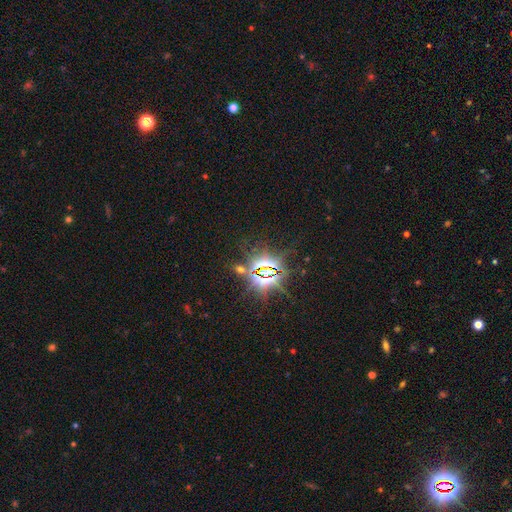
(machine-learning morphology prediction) smooth-or-featured: star or artifact: 85% | smooth: 8% | featured or disk: 6%